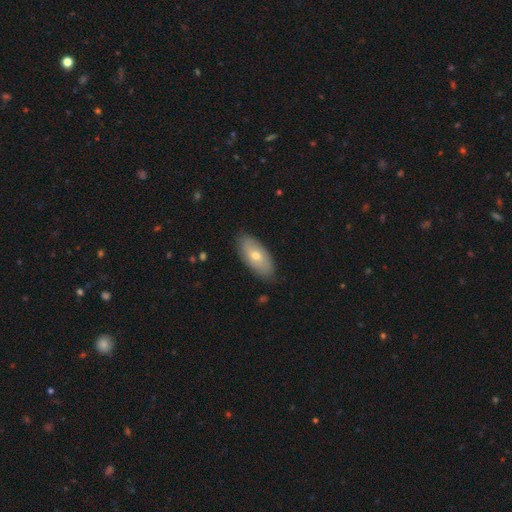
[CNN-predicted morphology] Smooth or featured? smooth (58%)
How rounded? in between (90%)
Merging? none (83%)